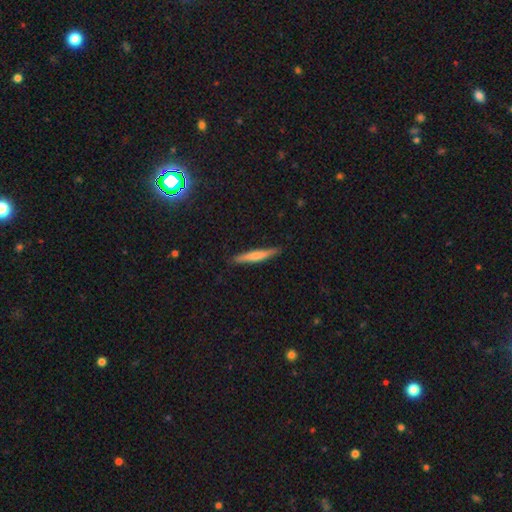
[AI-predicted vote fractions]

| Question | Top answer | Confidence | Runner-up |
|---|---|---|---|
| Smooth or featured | smooth | 66% | featured or disk (28%) |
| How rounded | cigar-shaped | 94% | in between (5%) |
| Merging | none | 87% | minor disturbance (10%) |